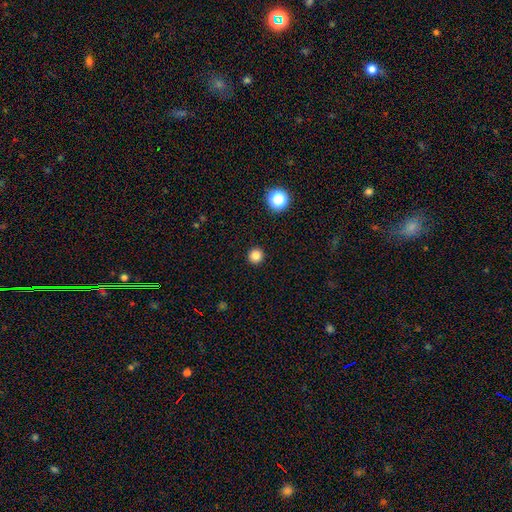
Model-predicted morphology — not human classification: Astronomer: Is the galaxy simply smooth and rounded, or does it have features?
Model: smooth — 84%.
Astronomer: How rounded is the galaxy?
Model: round — 95%.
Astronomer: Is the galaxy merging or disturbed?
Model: none — 93%.